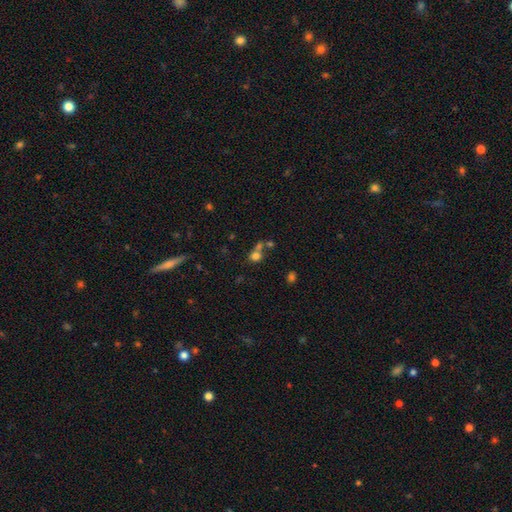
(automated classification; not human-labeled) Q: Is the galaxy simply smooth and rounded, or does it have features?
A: smooth — 71%.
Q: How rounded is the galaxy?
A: round — 75%.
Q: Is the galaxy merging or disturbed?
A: none — 43%.